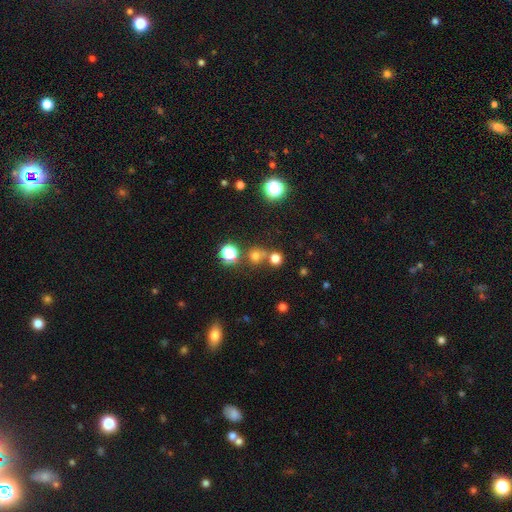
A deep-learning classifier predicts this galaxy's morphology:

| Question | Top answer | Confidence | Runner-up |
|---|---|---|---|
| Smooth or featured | smooth | 64% | star or artifact (27%) |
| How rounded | round | 88% | in between (11%) |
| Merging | none | 62% | merger (26%) |